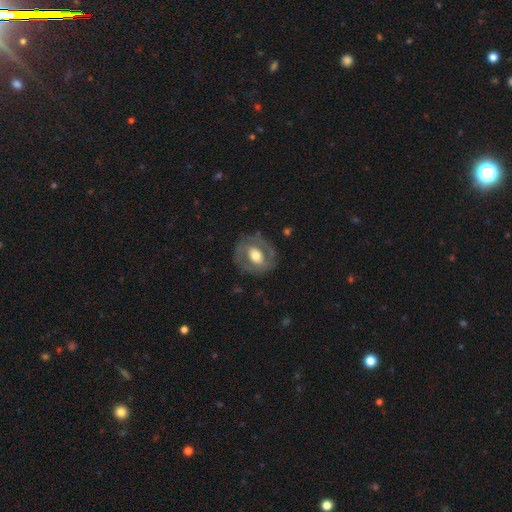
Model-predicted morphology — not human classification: type=featured or disk (63%); edge-on=no (95%); bar=no (49%); spiral arms=no (52%); bulge=moderate (64%); merging=none (75%).